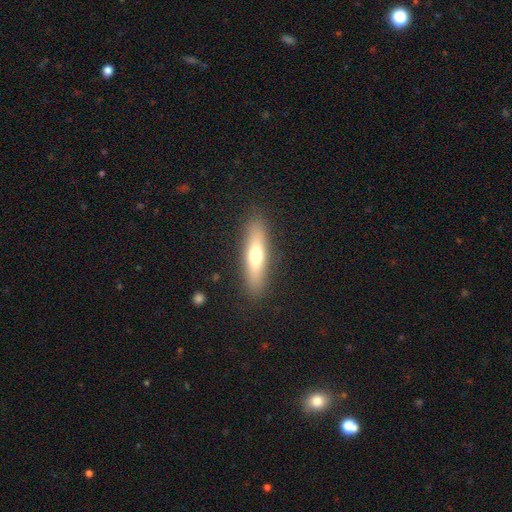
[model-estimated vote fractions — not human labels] smooth 59%, featured or disk 34%, star or artifact 7%. Down the decision tree: how rounded — cigar-shaped (70%); merging — none (87%).